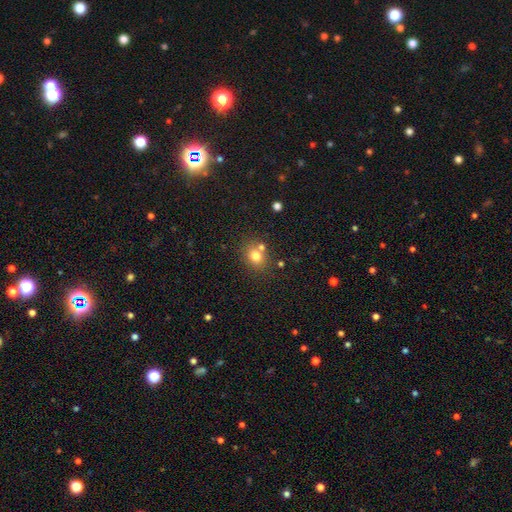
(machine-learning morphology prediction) Smooth or featured? Predicted: smooth (p=0.76). How rounded? Predicted: round (p=0.64). Merging? Predicted: none (p=0.64).